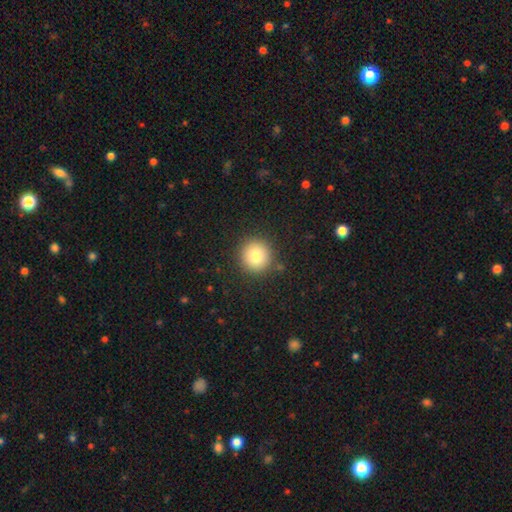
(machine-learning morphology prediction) smooth_or_featured: smooth (p=0.81) [alt: star or artifact p=0.10]
how_rounded: round (p=0.94) [alt: in between p=0.05]
merging: none (p=0.89) [alt: minor disturbance p=0.07]